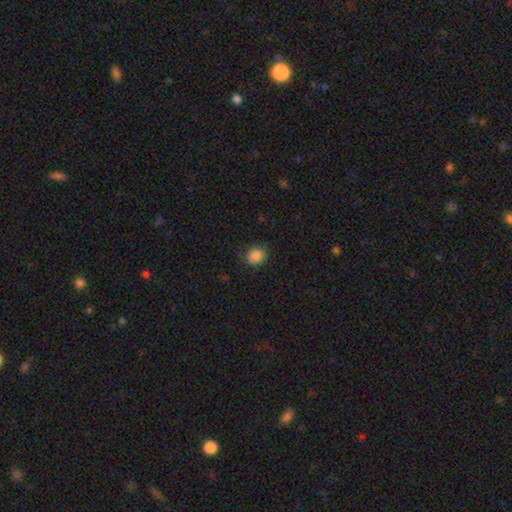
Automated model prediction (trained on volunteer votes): Smooth or featured? smooth (87%)
How rounded? round (77%)
Merging? none (85%)